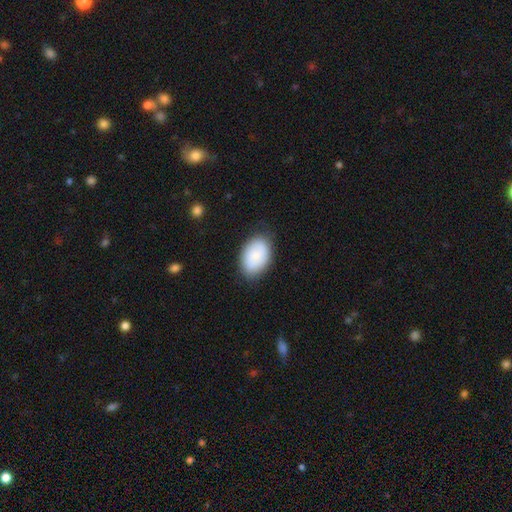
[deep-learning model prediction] Q: Smooth or featured?
A: smooth (78%); runner-up: featured or disk (15%)
Q: How rounded?
A: in between (88%); runner-up: round (11%)
Q: Merging?
A: none (80%); runner-up: minor disturbance (15%)